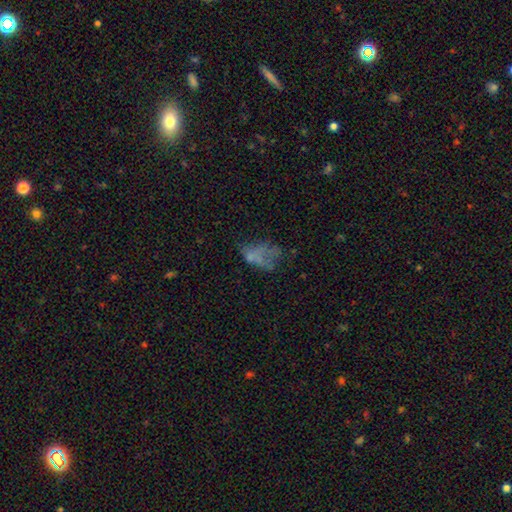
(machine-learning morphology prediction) smooth-or-featured: smooth: 43% | featured or disk: 37% | star or artifact: 19%
  merging: major disturbance: 36% | none: 31% | minor disturbance: 19% | merger: 13%